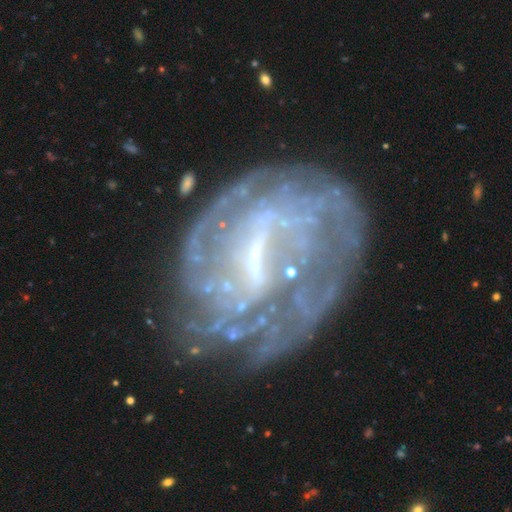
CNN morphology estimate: A featured or disk galaxy (81%) with a strong bar (46%), tight (52%) spiral arms (69%) and a small central bulge (39%). Merging: none (60%).